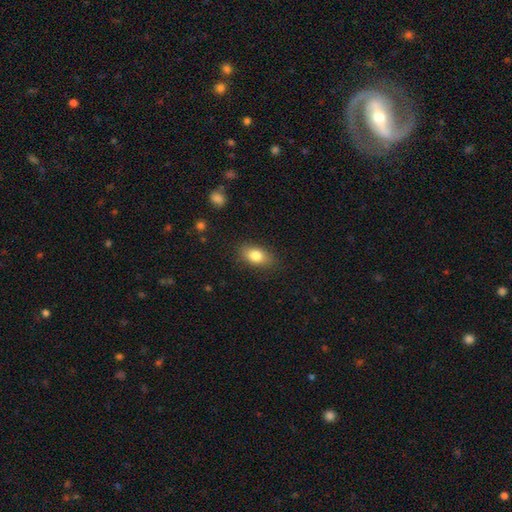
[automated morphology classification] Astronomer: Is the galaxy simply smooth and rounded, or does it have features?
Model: smooth — 82%.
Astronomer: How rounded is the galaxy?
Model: in between — 86%.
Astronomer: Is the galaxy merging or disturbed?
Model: none — 84%.